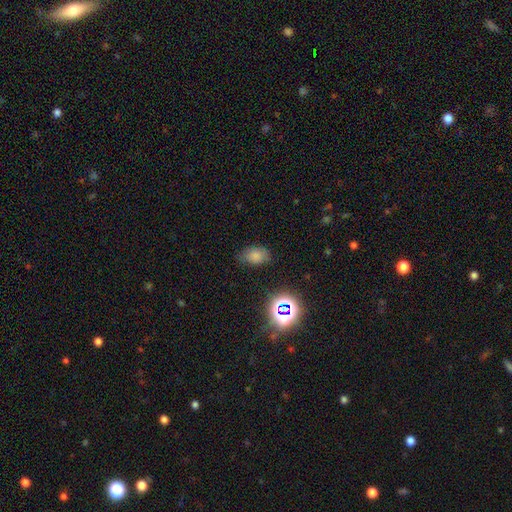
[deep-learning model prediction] A smooth galaxy with no disk features (74%) that is in between round and cigar-shaped (83%). Merging: none (73%).